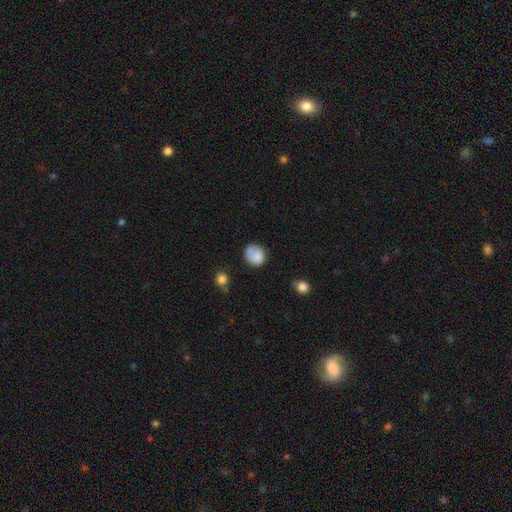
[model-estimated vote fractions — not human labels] Smooth or featured: smooth — 77% (featured or disk — 14%)
How rounded: round — 77% (in between — 22%)
Merging: none — 54% (minor disturbance — 25%)